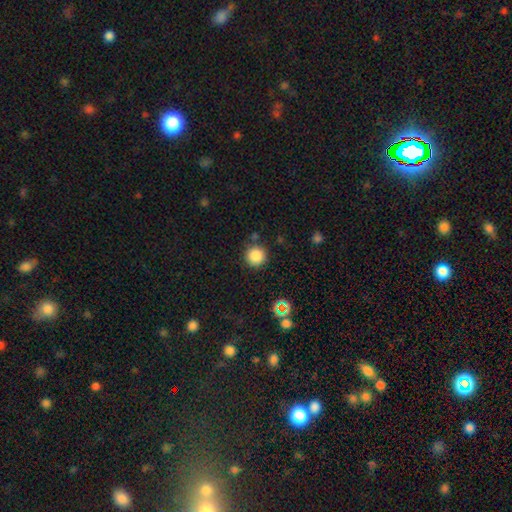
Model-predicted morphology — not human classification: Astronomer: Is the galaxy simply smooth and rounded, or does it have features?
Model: smooth — 84%.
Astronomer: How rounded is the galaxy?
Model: round — 95%.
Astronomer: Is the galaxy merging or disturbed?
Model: none — 86%.